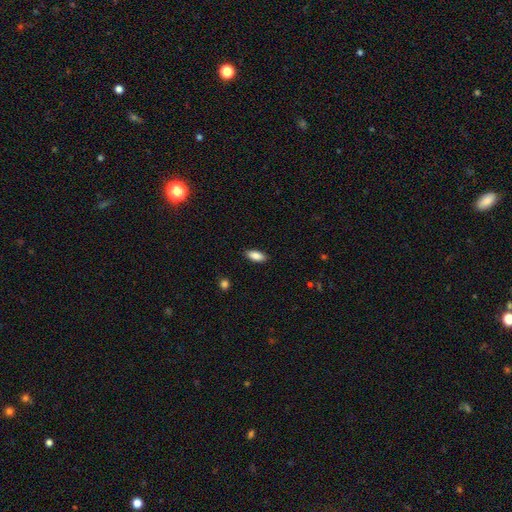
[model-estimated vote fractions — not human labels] A smooth galaxy with no disk features (86%) that is in between round and cigar-shaped (85%).

Vote fractions:
- Smooth or featured? smooth: 86% / featured or disk: 7% / star or artifact: 7%
- How rounded? in between: 85% / cigar-shaped: 12% / round: 2%
- Merging? none: 88% / minor disturbance: 9% / major disturbance: 2% / merger: 1%